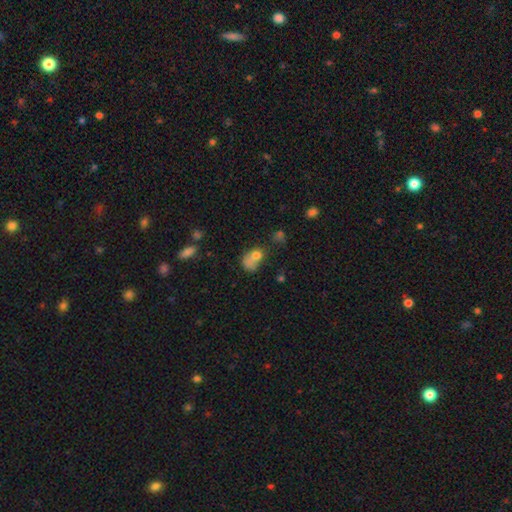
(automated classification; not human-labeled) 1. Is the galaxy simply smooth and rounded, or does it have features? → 70% smooth, 16% featured or disk, 13% star or artifact.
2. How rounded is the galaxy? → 63% in between, 34% round, 2% cigar-shaped.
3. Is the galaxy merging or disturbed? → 38% merger, 24% none, 22% major disturbance, 16% minor disturbance.